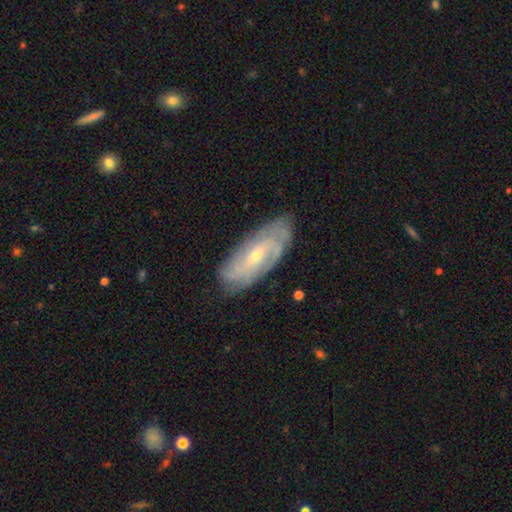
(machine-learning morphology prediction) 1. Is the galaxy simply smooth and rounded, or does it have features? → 82% featured or disk, 13% smooth, 5% star or artifact.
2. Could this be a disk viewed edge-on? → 90% no, 10% yes.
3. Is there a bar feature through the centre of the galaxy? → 51% no, 36% weak, 13% strong.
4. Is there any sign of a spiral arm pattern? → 93% yes, 7% no.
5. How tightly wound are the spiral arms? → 62% tight, 30% medium, 9% loose.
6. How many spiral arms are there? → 39% can't tell, 25% 2, 15% 3, 11% 4, 5% more than 4, 5% 1.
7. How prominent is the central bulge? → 73% small, 24% moderate, 1% none, 1% large, 1% dominant.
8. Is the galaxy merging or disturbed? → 79% none, 16% minor disturbance, 4% major disturbance, 1% merger.